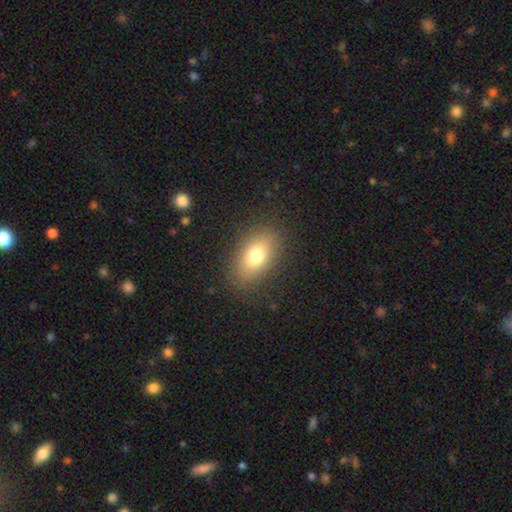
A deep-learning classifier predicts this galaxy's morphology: This is likely a smooth galaxy (76%). How rounded: clearly in between (86%). Merging: clearly none (85%).